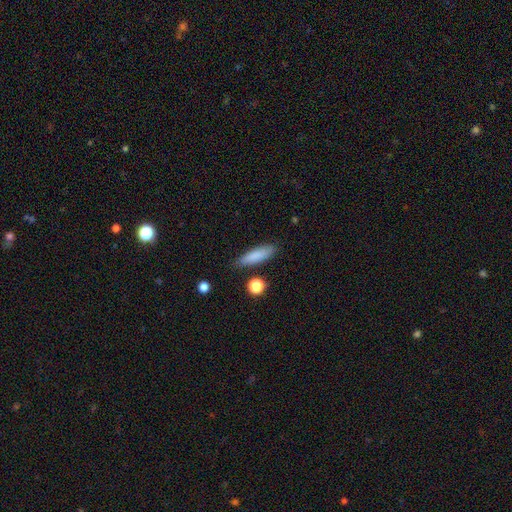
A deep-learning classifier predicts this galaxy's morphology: A smooth galaxy with no disk features (84%) that is cigar-shaped (59%). Merging: none (81%).